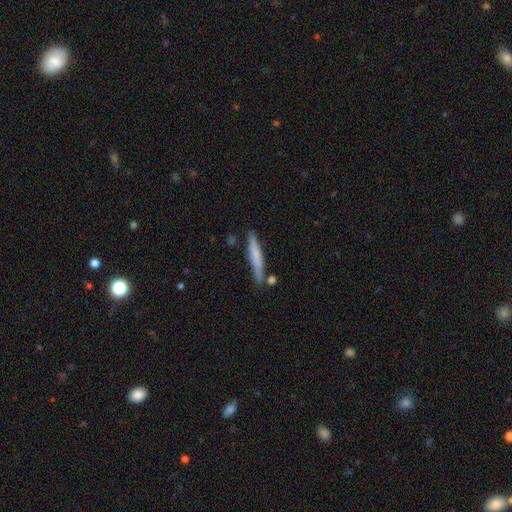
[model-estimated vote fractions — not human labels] This appears to be a smooth galaxy with no disk features (59%) that is cigar-shaped (94%). Merging: none (77%).